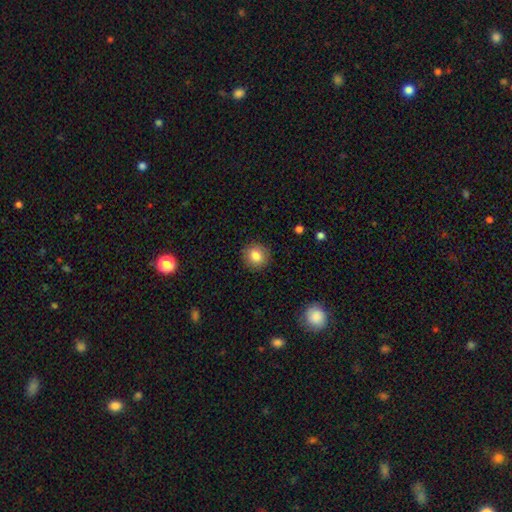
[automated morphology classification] smooth_or_featured: smooth (p=0.83) [alt: star or artifact p=0.10]
how_rounded: round (p=0.89) [alt: in between p=0.10]
merging: none (p=0.90) [alt: minor disturbance p=0.07]